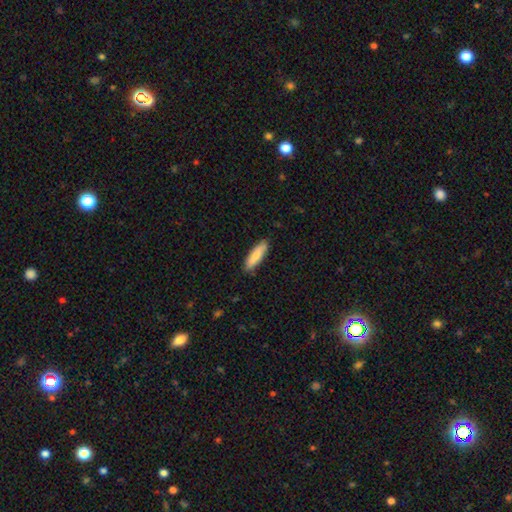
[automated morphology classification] type=smooth (84%); roundness=cigar-shaped (63%); merging=none (87%).